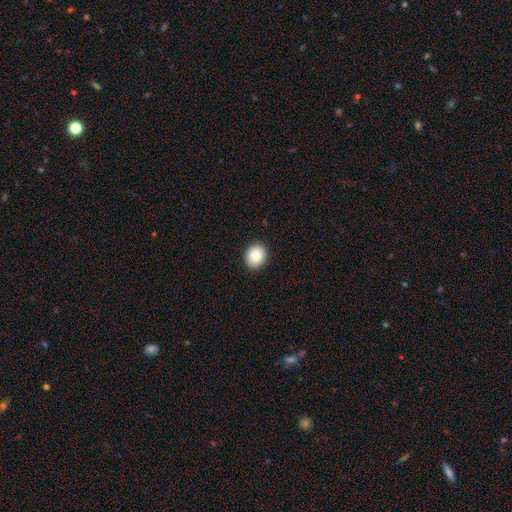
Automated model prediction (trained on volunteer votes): Overall: smooth (85%). How rounded: round (64%; in between 35%). Merging: none (92%).